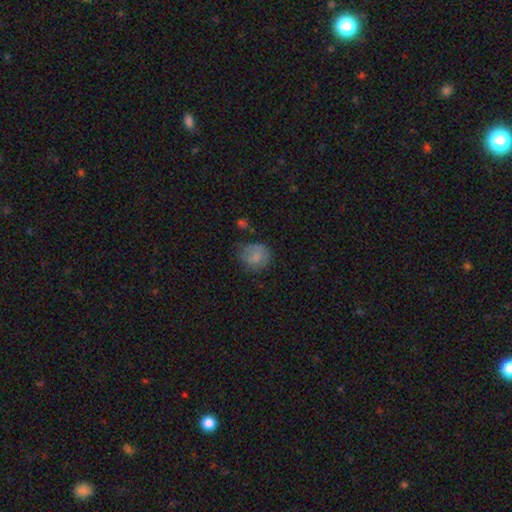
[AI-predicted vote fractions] Smooth or featured?
  - smooth: 75% *
  - featured or disk: 16%
  - star or artifact: 10%
How rounded?
  - round: 75% *
  - in between: 24%
  - cigar-shaped: 1%
Merging?
  - none: 57% *
  - minor disturbance: 27%
  - major disturbance: 12%
  - merger: 4%